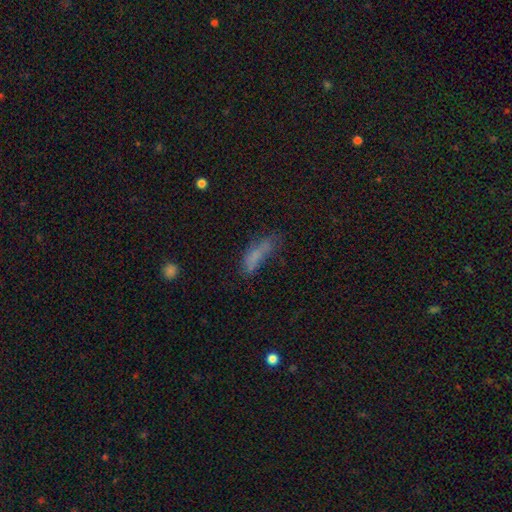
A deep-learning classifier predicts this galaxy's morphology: type=smooth (68%); roundness=cigar-shaped (50%); merging=none (42%).